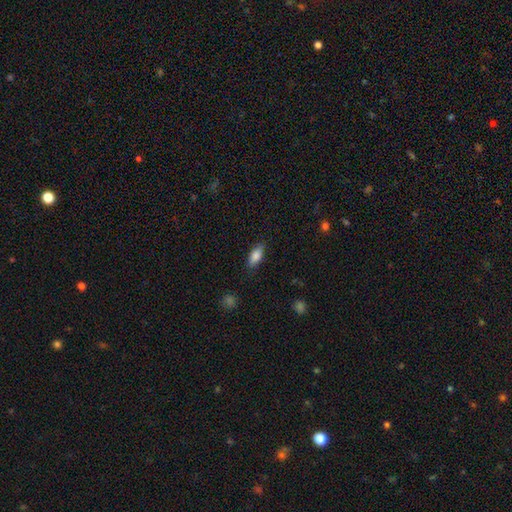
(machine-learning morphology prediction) Smooth or featured?
  - smooth: 81% *
  - featured or disk: 11%
  - star or artifact: 7%
How rounded?
  - in between: 82% *
  - cigar-shaped: 15%
  - round: 3%
Merging?
  - none: 85% *
  - minor disturbance: 11%
  - major disturbance: 3%
  - merger: 1%